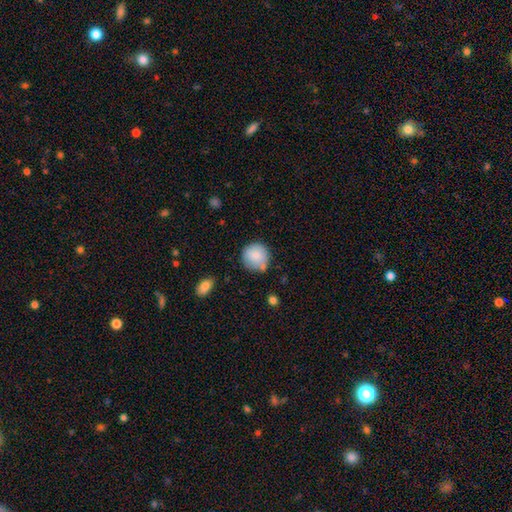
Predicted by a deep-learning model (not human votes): smooth-or-featured: smooth: 85% | featured or disk: 7% | star or artifact: 7%
  how-rounded: round: 93% | in between: 6% | cigar-shaped: 1%
  merging: none: 73% | minor disturbance: 17% | merger: 6% | major disturbance: 4%